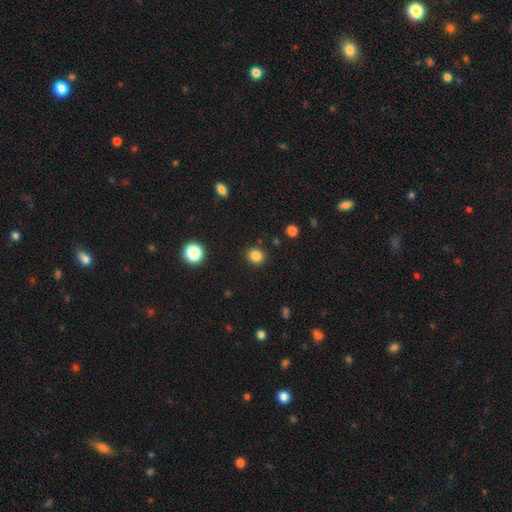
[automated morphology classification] smooth 84%, star or artifact 12%, featured or disk 4%. Down the decision tree: how rounded — round (79%); merging — none (89%).